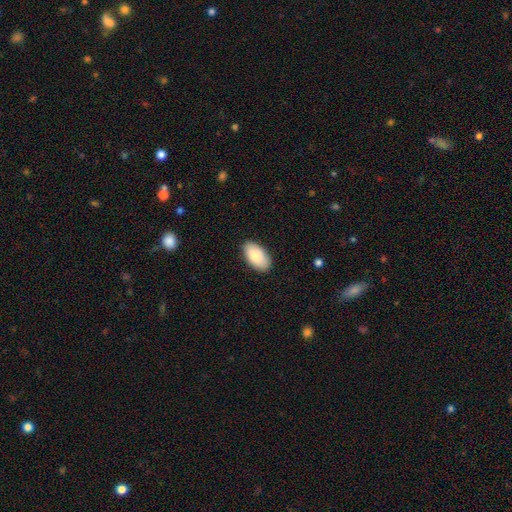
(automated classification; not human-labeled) Overall: smooth (86%). How rounded: in between (96%). Merging: none (87%).